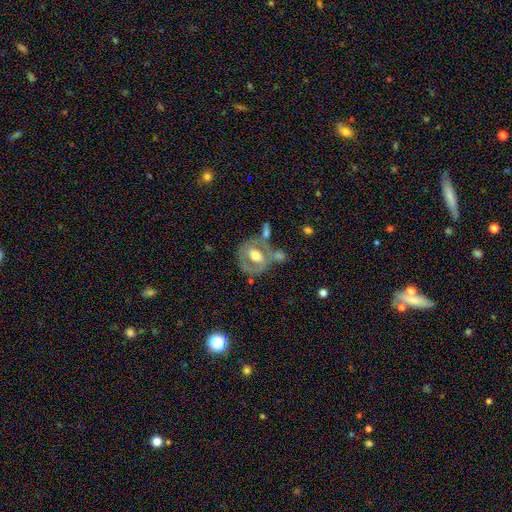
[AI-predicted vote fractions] Morphology: type=featured or disk (63%); edge-on=no (94%); bar=no (41%); spiral arms=no (55%); bulge=moderate (70%); merging=none (44%).